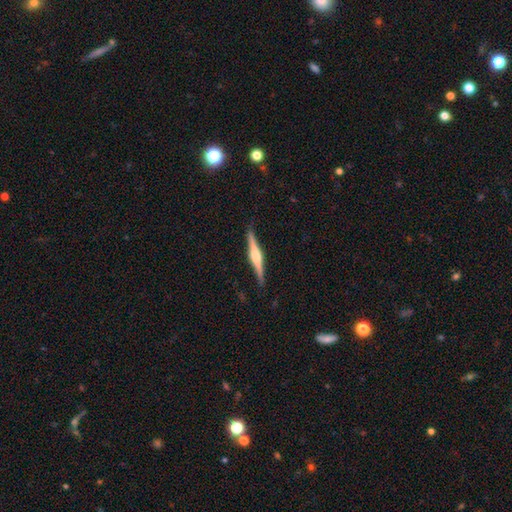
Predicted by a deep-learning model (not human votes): A featured or disk galaxy (76%) viewed edge-on (98%) with a rounded central bulge (75%). Merging: none (89%).